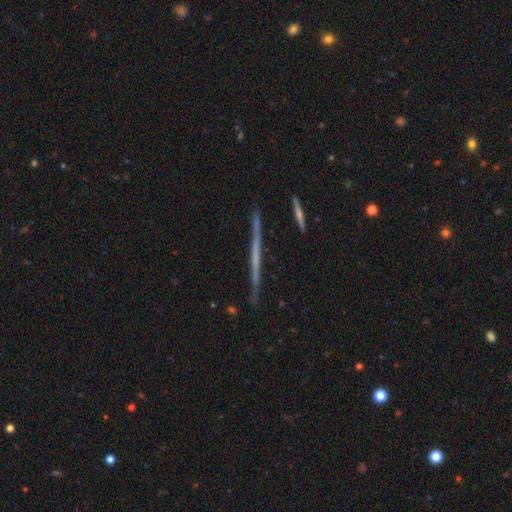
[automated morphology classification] The model was most divided on "smooth or featured": featured or disk: 63%, smooth: 30%, star or artifact: 8%. More confident: edge-on disk — yes (97%); edge-on bulge — none (89%); merging — none (88%).